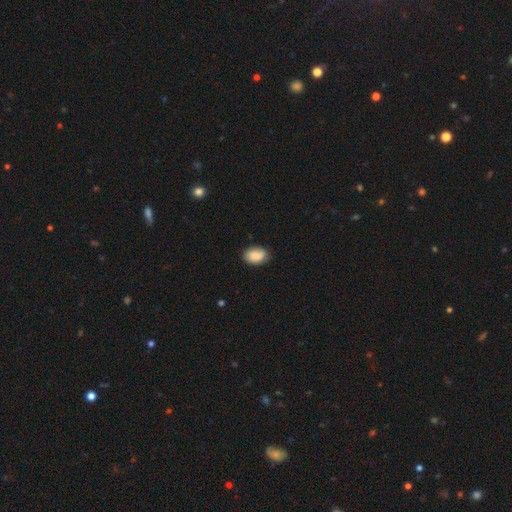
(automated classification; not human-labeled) Q: Smooth or featured?
A: smooth (82%); runner-up: featured or disk (11%)
Q: How rounded?
A: in between (84%); runner-up: round (14%)
Q: Merging?
A: none (79%); runner-up: minor disturbance (17%)